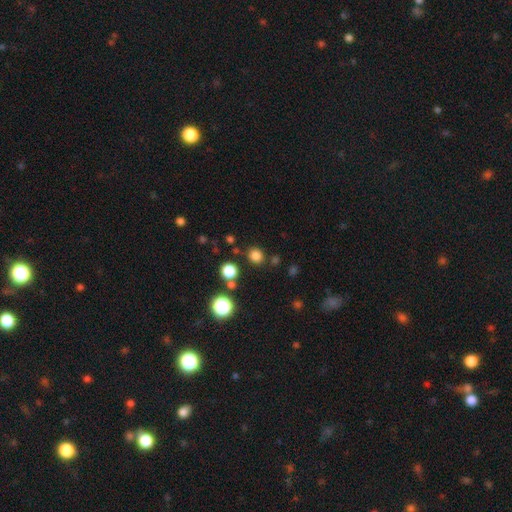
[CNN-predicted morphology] smooth_or_featured: smooth (p=0.79) [alt: star or artifact p=0.17]
how_rounded: round (p=0.87) [alt: in between p=0.12]
merging: none (p=0.85) [alt: minor disturbance p=0.08]